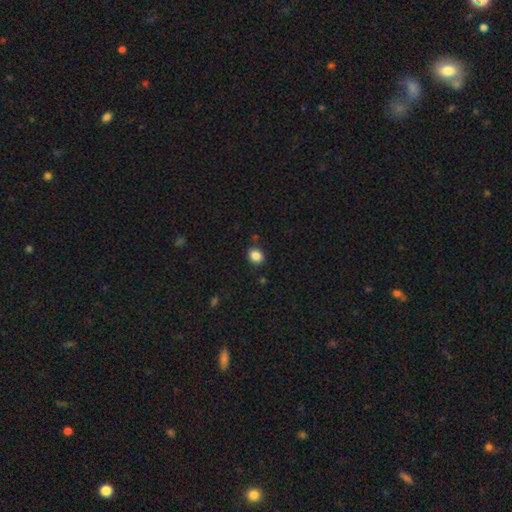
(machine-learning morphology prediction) A smooth galaxy with no disk features (87%) that is round (56%).

Vote fractions:
- Smooth or featured? smooth: 87% / star or artifact: 10% / featured or disk: 4%
- How rounded? round: 56% / in between: 43% / cigar-shaped: 1%
- Merging? none: 86% / minor disturbance: 9% / major disturbance: 3% / merger: 2%